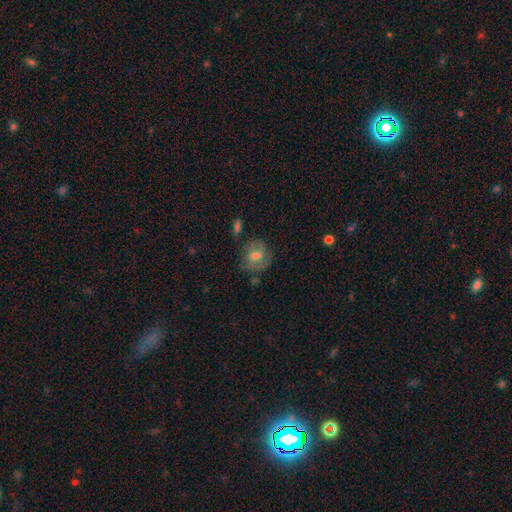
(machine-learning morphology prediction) A smooth galaxy with no disk features (50%) that is round (73%). Merging: none (69%).